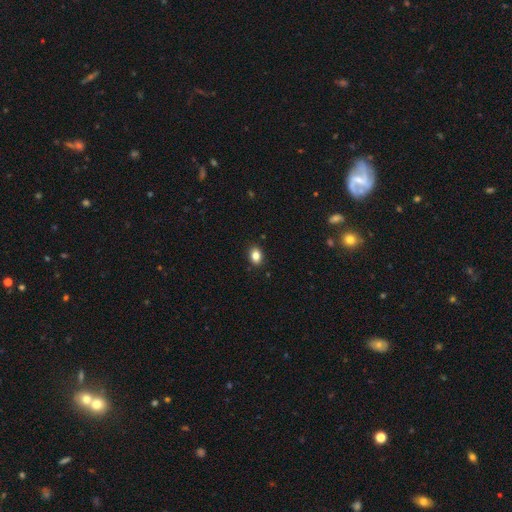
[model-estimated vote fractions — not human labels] This appears to be a smooth galaxy with no disk features (84%) that is in between round and cigar-shaped (72%). Merging: none (89%).